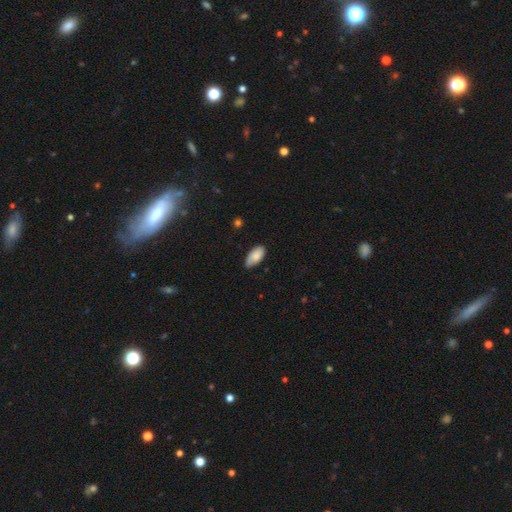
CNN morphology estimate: Smooth or featured? smooth (82%)
How rounded? in between (94%)
Merging? none (70%)